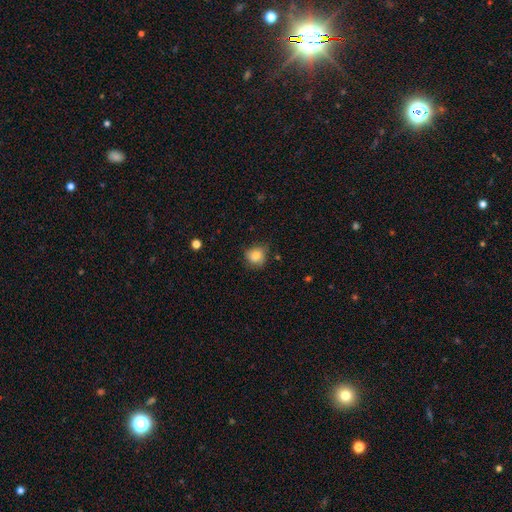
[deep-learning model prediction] Overall: smooth (79%). How rounded: round (80%). Merging: none (68%).